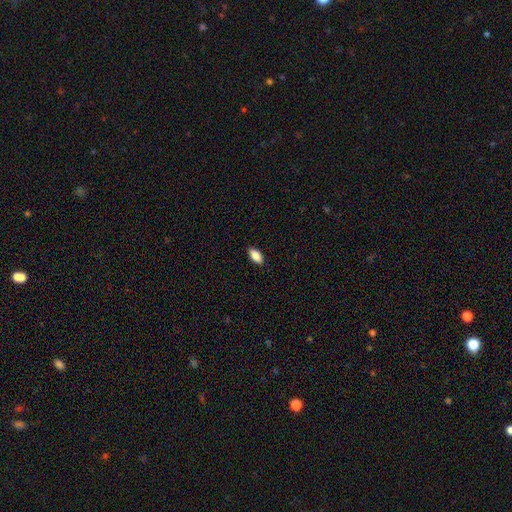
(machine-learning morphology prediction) smooth-or-featured: smooth: 88% | star or artifact: 7% | featured or disk: 5%
  how-rounded: in between: 90% | cigar-shaped: 8% | round: 2%
  merging: none: 88% | minor disturbance: 9% | major disturbance: 2% | merger: 1%